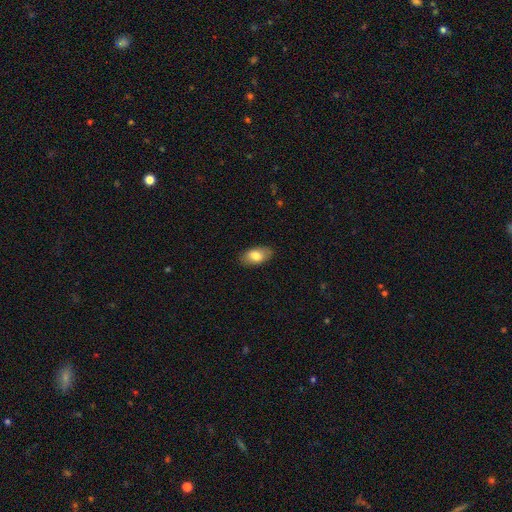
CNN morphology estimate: smooth 80%, featured or disk 13%, star or artifact 6%. Down the decision tree: how rounded — in between (92%); merging — none (85%).